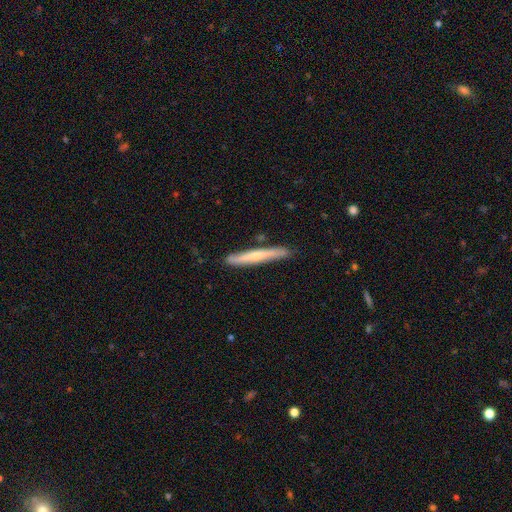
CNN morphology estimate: Q: Smooth or featured?
A: featured or disk (48%); runner-up: smooth (47%)
Q: Merging?
A: none (84%); runner-up: minor disturbance (12%)